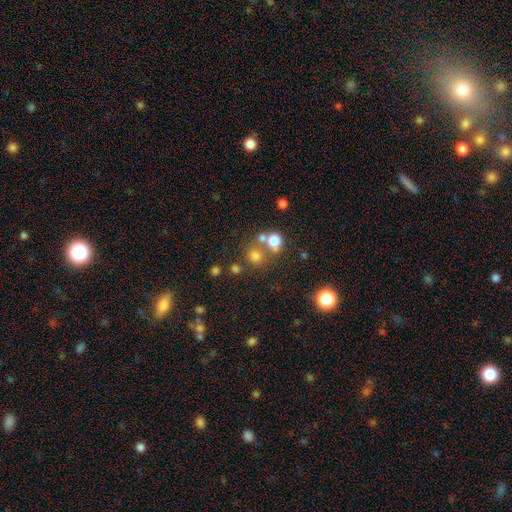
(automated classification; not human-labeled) smooth-or-featured: smooth: 66% | star or artifact: 23% | featured or disk: 11%
  how-rounded: round: 82% | in between: 17% | cigar-shaped: 1%
  merging: none: 59% | merger: 29% | minor disturbance: 8% | major disturbance: 5%